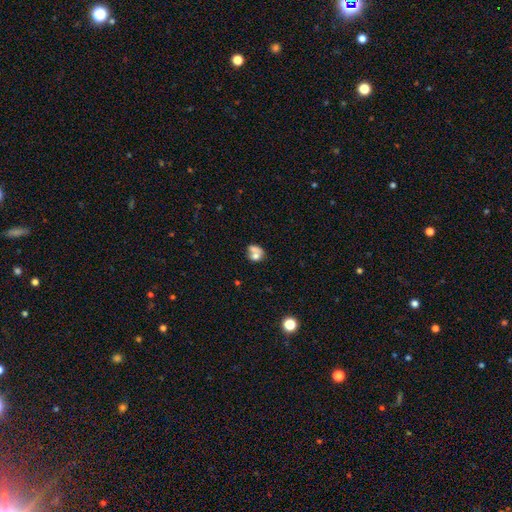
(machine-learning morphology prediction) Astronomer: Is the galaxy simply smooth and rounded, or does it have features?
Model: smooth — 63%.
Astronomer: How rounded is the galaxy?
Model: round — 53% (runner-up: in between, 46%).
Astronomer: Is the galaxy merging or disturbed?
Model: merger — 54%.